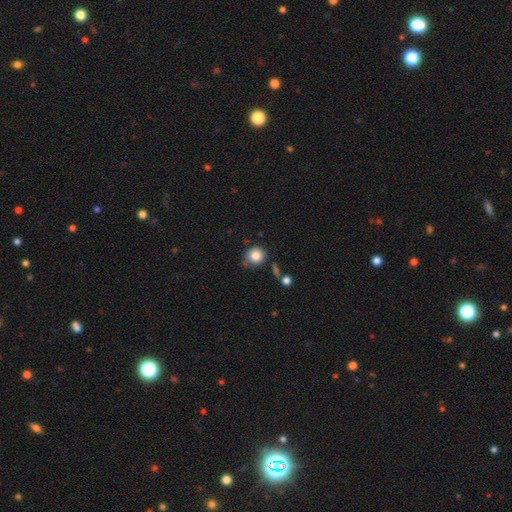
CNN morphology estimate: A smooth galaxy with no disk features (82%) that is round (83%).

Vote fractions:
- Smooth or featured? smooth: 82% / star or artifact: 10% / featured or disk: 9%
- How rounded? round: 83% / in between: 16% / cigar-shaped: 1%
- Merging? none: 60% / minor disturbance: 26% / major disturbance: 7% / merger: 6%